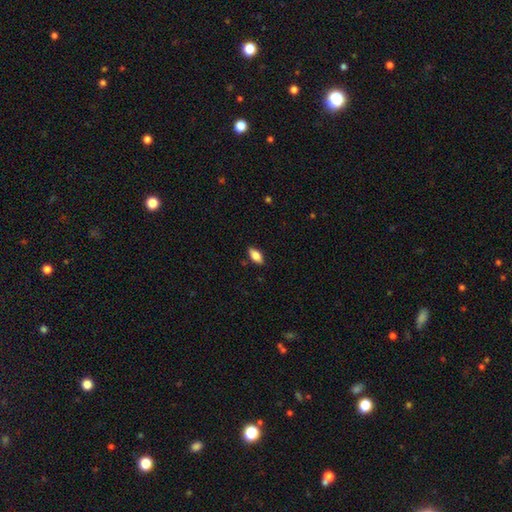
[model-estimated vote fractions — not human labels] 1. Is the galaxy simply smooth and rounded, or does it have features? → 80% smooth, 13% featured or disk, 7% star or artifact.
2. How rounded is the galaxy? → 88% in between, 10% cigar-shaped, 2% round.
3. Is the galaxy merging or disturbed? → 87% none, 9% minor disturbance, 2% major disturbance, 1% merger.